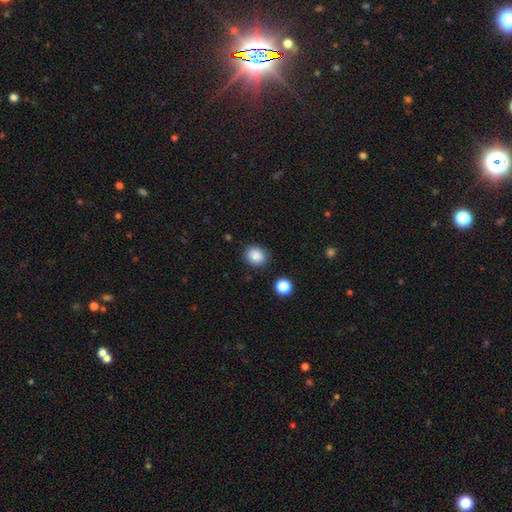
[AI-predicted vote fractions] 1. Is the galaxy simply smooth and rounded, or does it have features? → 87% smooth, 9% star or artifact, 4% featured or disk.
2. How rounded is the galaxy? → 68% round, 31% in between, 1% cigar-shaped.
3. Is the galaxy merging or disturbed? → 84% none, 11% minor disturbance, 3% major disturbance, 2% merger.